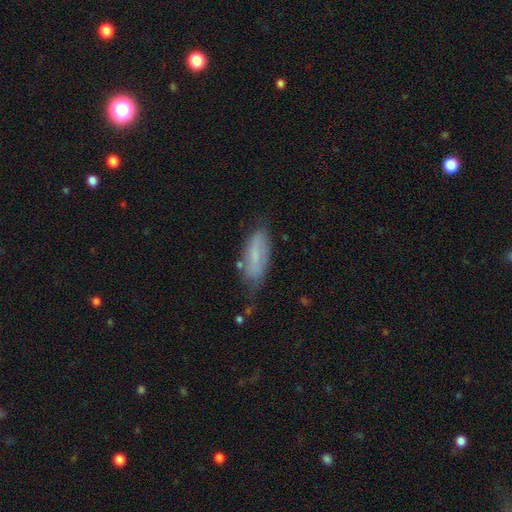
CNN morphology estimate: Smooth or featured? Predicted: smooth (p=0.61). How rounded? Predicted: in between (p=0.63). Merging? Predicted: none (p=0.52).